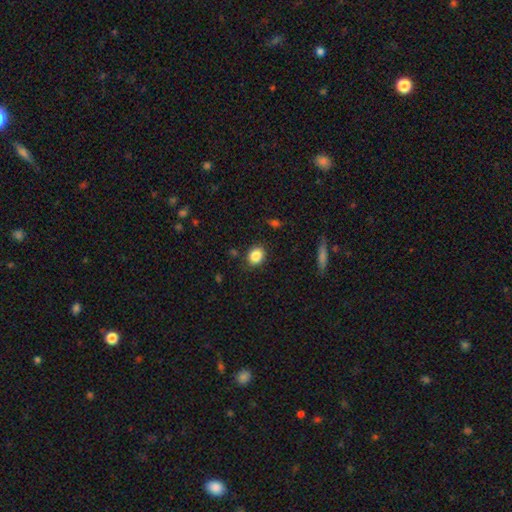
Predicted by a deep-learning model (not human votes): smooth_or_featured: smooth (p=0.86) [alt: star or artifact p=0.09]
how_rounded: round (p=0.55) [alt: in between p=0.44]
merging: none (p=0.85) [alt: minor disturbance p=0.10]